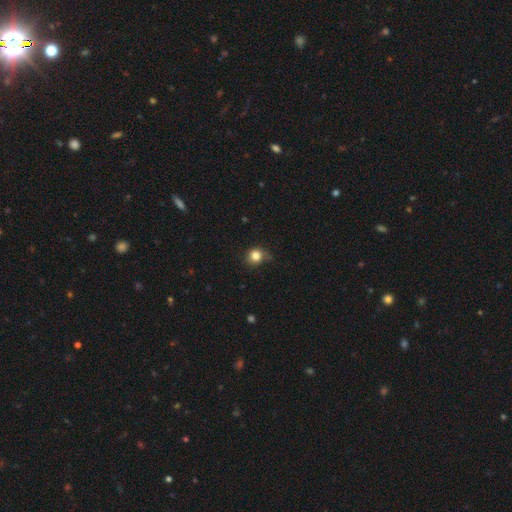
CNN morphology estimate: Overall: smooth (82%). How rounded: round (86%). Merging: none (69%).